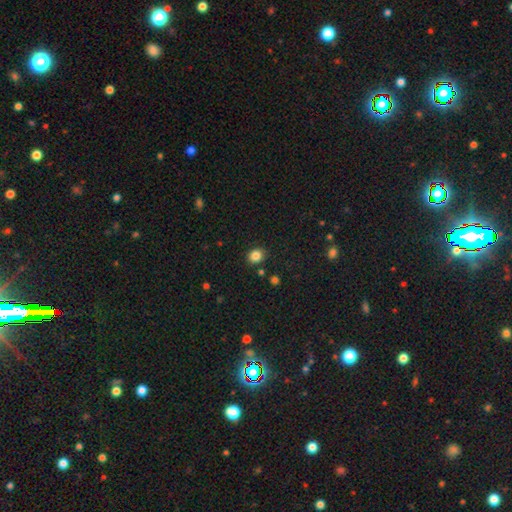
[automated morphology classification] This is clearly a smooth galaxy (85%). How rounded: likely round (66%). Merging: clearly none (86%).